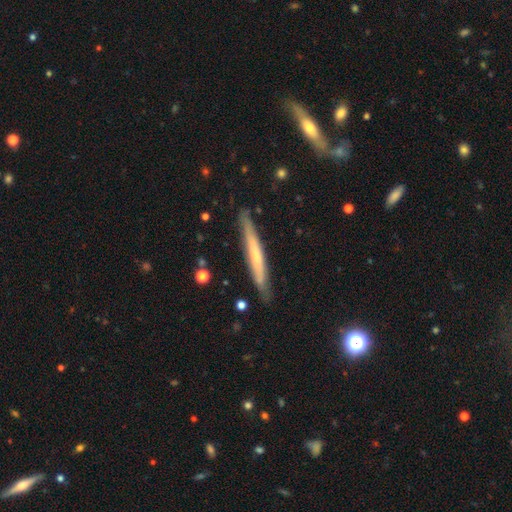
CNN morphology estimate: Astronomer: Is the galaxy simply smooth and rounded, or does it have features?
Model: featured or disk — 47%, tied with smooth at 47%.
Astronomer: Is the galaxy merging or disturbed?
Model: none — 85%.